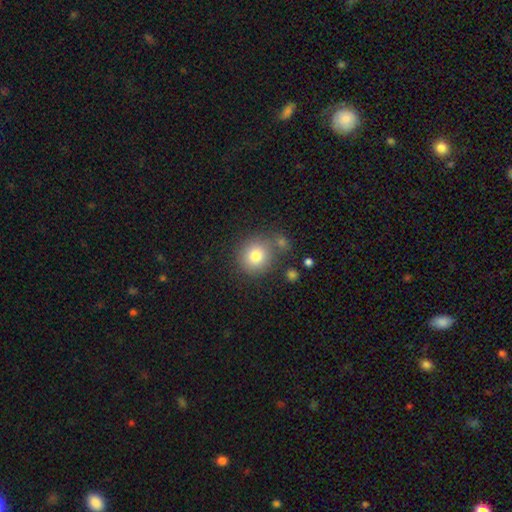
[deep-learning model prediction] This appears to be a smooth galaxy with no disk features (80%) that is round (88%). Merging: none (70%).